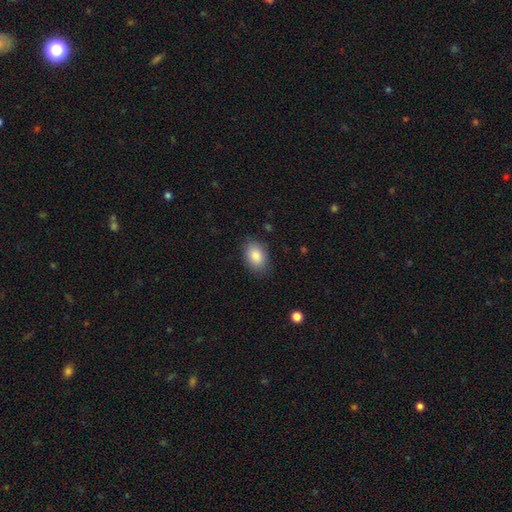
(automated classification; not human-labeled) Overall: smooth (87%). How rounded: in between (86%). Merging: none (83%).